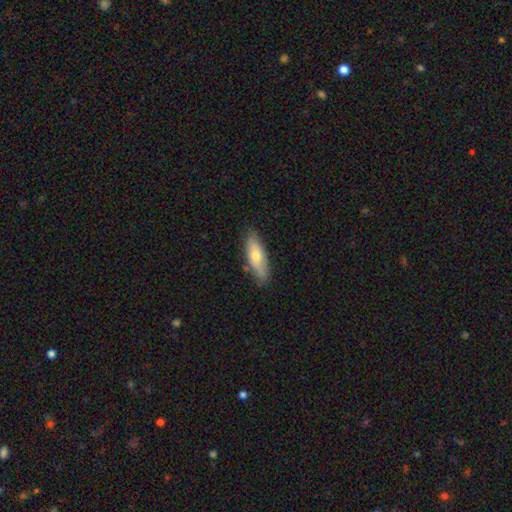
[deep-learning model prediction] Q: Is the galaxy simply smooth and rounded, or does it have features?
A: smooth — 65%.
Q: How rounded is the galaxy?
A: in between — 58%.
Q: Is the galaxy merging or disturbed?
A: none — 77%.